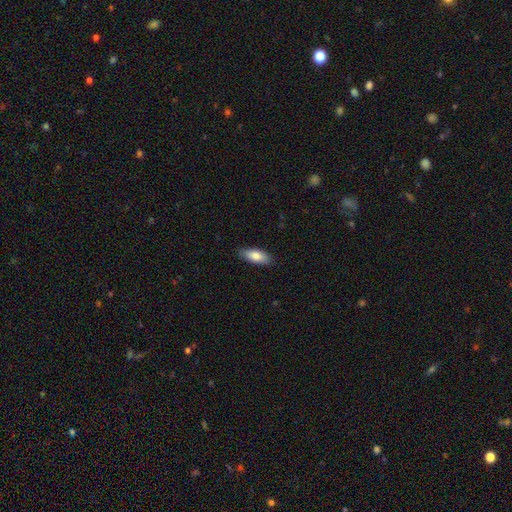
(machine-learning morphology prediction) Q: Smooth or featured?
A: smooth (82%); runner-up: featured or disk (12%)
Q: How rounded?
A: in between (78%); runner-up: cigar-shaped (20%)
Q: Merging?
A: none (87%); runner-up: minor disturbance (10%)